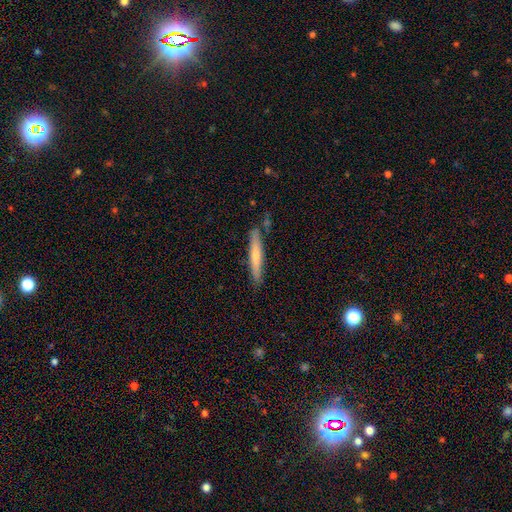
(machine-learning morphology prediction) smooth 58%, featured or disk 36%, star or artifact 6%. Down the decision tree: how rounded — cigar-shaped (94%); merging — none (83%).